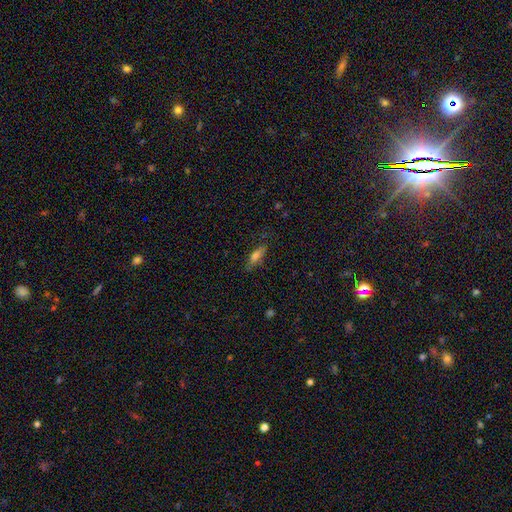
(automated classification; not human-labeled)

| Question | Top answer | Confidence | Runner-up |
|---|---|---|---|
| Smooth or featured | smooth | 68% | featured or disk (23%) |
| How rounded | cigar-shaped | 52% | in between (46%) |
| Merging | none | 78% | minor disturbance (16%) |